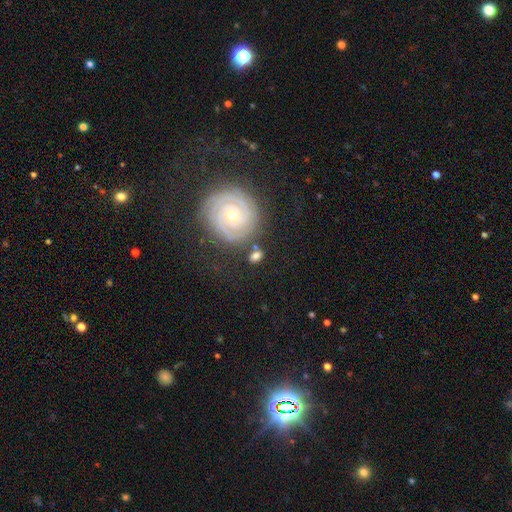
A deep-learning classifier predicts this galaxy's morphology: This appears to be a featured or disk galaxy (58%) with no bar (69%), 2 (59%) tight (81%) spiral arms (91%) and a moderate central bulge (50%). Merging: none (75%).